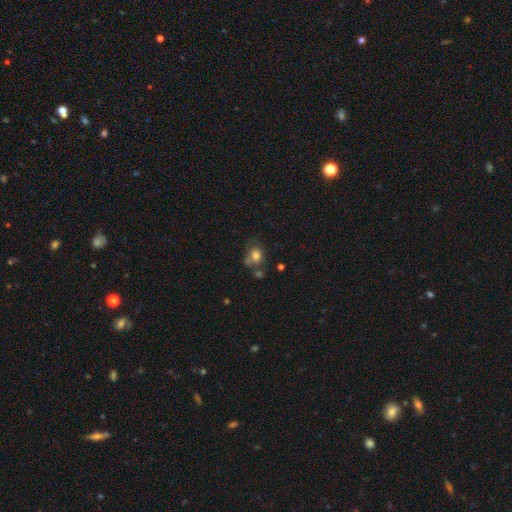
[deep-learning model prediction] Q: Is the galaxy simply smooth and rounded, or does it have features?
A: smooth — 75%.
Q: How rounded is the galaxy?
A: round — 50%.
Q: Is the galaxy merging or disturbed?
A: none — 46%.